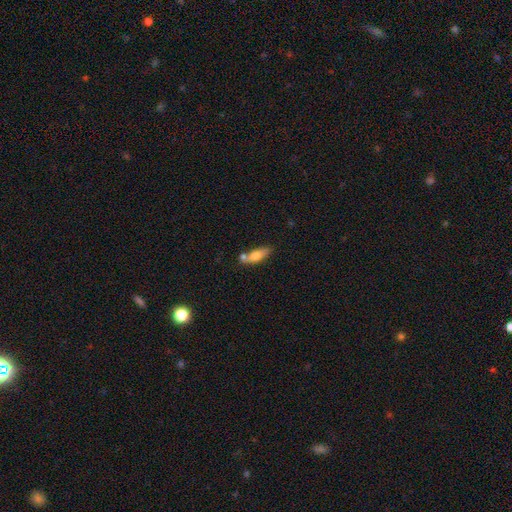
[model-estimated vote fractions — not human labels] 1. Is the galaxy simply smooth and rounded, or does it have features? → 66% smooth, 27% featured or disk, 7% star or artifact.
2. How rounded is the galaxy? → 61% in between, 35% cigar-shaped, 4% round.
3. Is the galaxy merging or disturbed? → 51% none, 28% merger, 16% minor disturbance, 5% major disturbance.